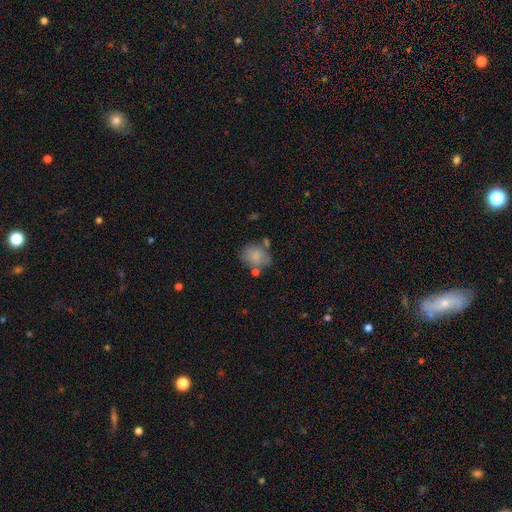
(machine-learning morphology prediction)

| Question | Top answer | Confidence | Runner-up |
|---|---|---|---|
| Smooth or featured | smooth | 77% | featured or disk (15%) |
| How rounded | round | 54% | in between (45%) |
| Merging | none | 53% | minor disturbance (21%) |